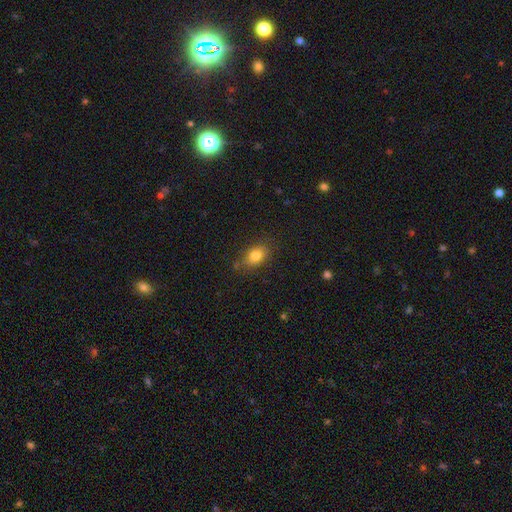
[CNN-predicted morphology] A smooth galaxy with no disk features (80%) that is in between round and cigar-shaped (79%).

Vote fractions:
- Smooth or featured? smooth: 80% / featured or disk: 10% / star or artifact: 10%
- How rounded? in between: 79% / round: 19% / cigar-shaped: 2%
- Merging? none: 75% / minor disturbance: 18% / major disturbance: 4% / merger: 3%